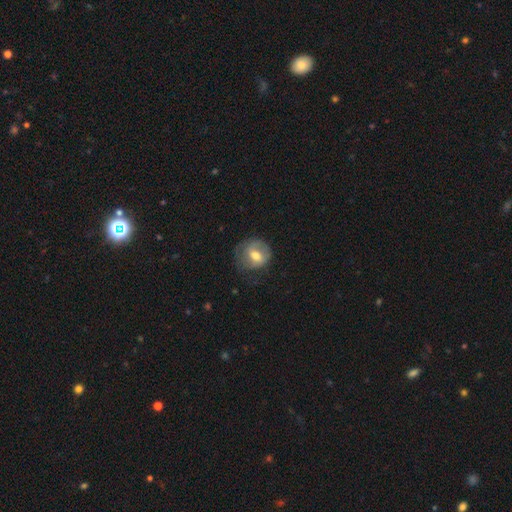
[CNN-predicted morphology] The model was most divided on "smooth or featured": smooth: 57%, featured or disk: 36%, star or artifact: 7%. More confident: how rounded — round (73%); merging — none (55%).